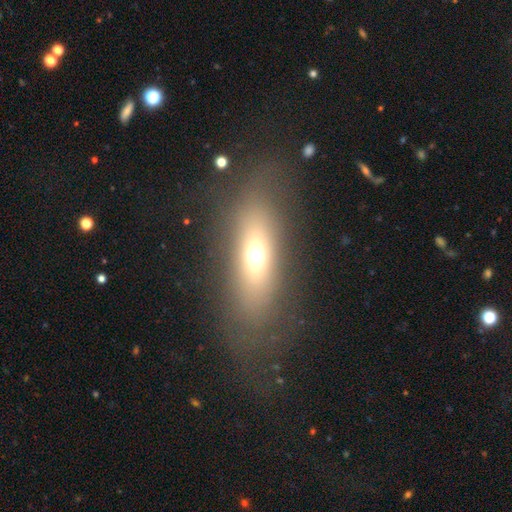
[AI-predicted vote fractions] Smooth or featured: smooth — 59% (featured or disk — 26%)
How rounded: in between — 64% (cigar-shaped — 26%)
Merging: none — 73% (major disturbance — 13%)